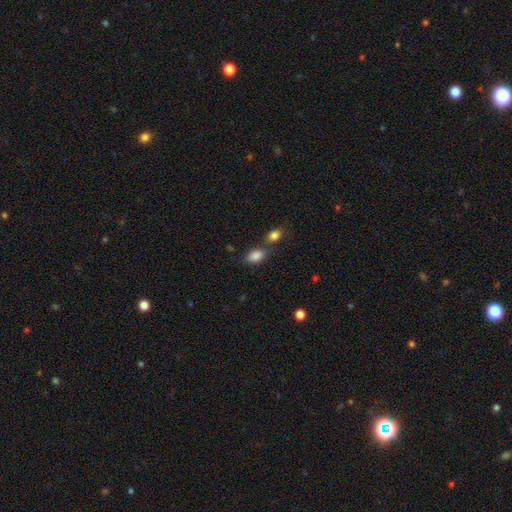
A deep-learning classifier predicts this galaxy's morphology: Q: Smooth or featured?
A: smooth (87%); runner-up: star or artifact (8%)
Q: How rounded?
A: in between (89%); runner-up: round (8%)
Q: Merging?
A: none (56%); runner-up: merger (26%)